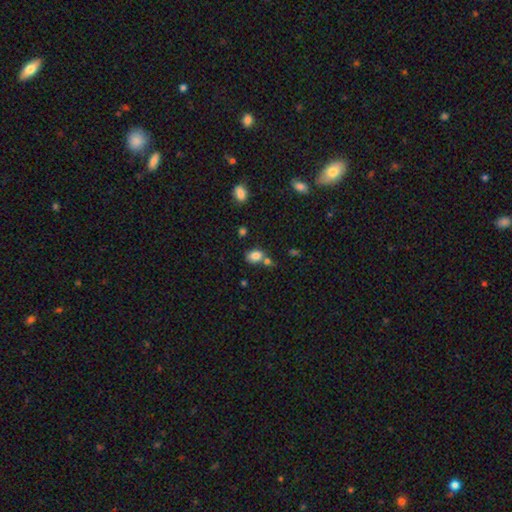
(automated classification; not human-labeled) Smooth or featured?
  - smooth: 81% *
  - star or artifact: 10%
  - featured or disk: 8%
How rounded?
  - in between: 69% *
  - round: 29%
  - cigar-shaped: 1%
Merging?
  - none: 52% *
  - merger: 28%
  - minor disturbance: 15%
  - major disturbance: 5%